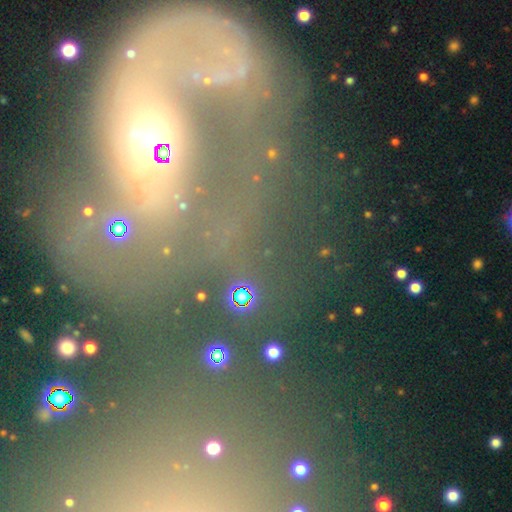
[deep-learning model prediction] featured or disk 52%, star or artifact 25%, smooth 23%. Down the decision tree: edge-on disk — no (92%); merging — none (37%).